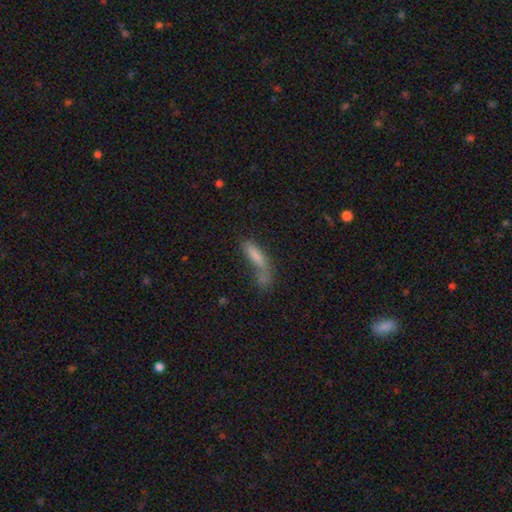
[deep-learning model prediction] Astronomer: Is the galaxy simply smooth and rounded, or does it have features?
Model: smooth — 73%.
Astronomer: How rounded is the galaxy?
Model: cigar-shaped — 69%.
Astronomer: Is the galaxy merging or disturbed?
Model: none — 36% (runner-up: merger, 30%).